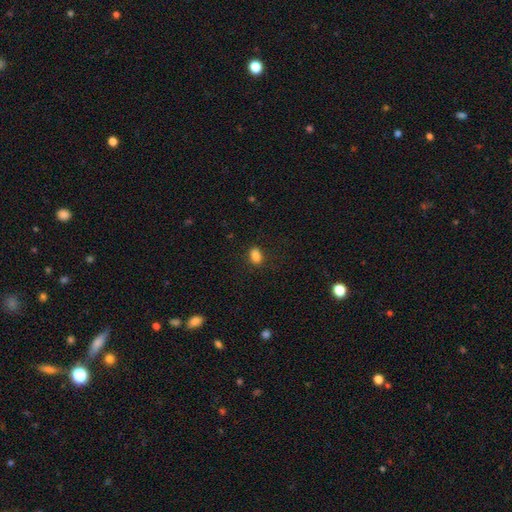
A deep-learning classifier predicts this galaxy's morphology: The model was most divided on "how rounded": in between: 82%, round: 16%, cigar-shaped: 2%. More confident: smooth or featured — smooth (86%); merging — none (84%).